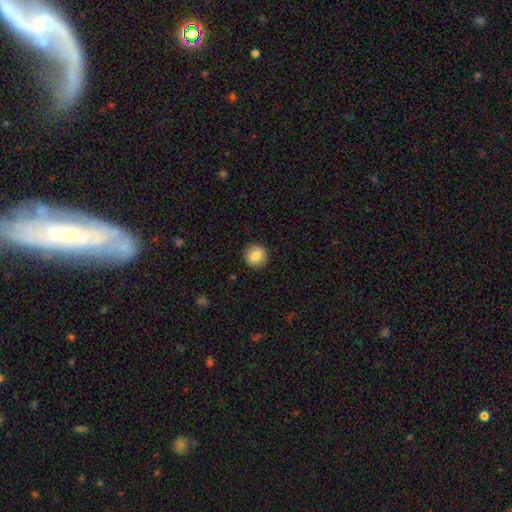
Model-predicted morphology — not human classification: smooth 83%, star or artifact 9%, featured or disk 8%. Down the decision tree: how rounded — round (92%); merging — none (91%).